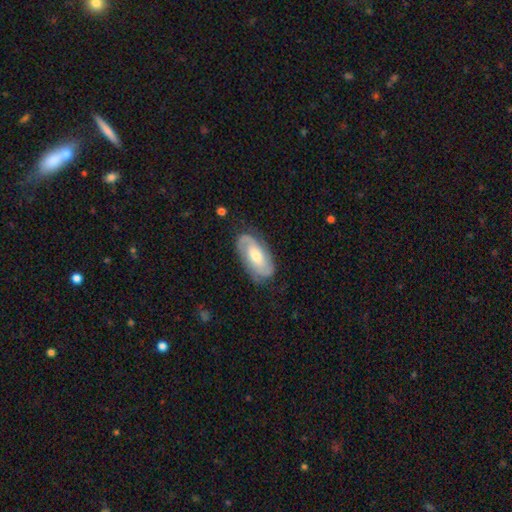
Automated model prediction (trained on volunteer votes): smooth_or_featured: featured or disk (p=0.78) [alt: smooth p=0.16]
disk_edge_on: no (p=0.95) [alt: yes p=0.05]
bar: no (p=0.53) [alt: weak p=0.35]
has_spiral_arms: yes (p=0.94) [alt: no p=0.06]
spiral_winding: tight (p=0.47) [alt: medium p=0.38]
spiral_arm_count: 2 (p=0.79) [alt: can't tell p=0.10]
bulge_size: moderate (p=0.65) [alt: small p=0.23]
merging: none (p=0.78) [alt: minor disturbance p=0.16]